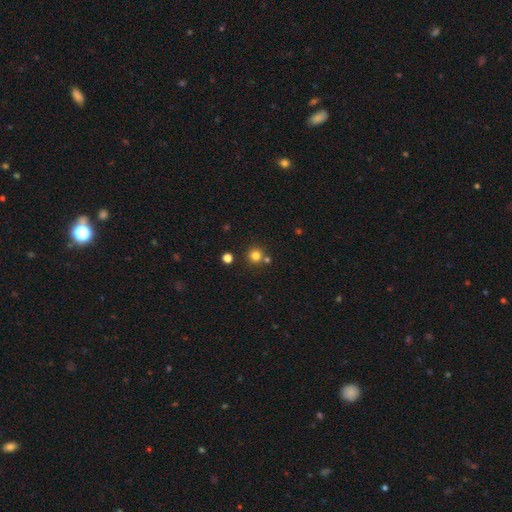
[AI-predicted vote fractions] This is likely a smooth galaxy (79%). How rounded: clearly round (94%). Merging: likely none (77%).